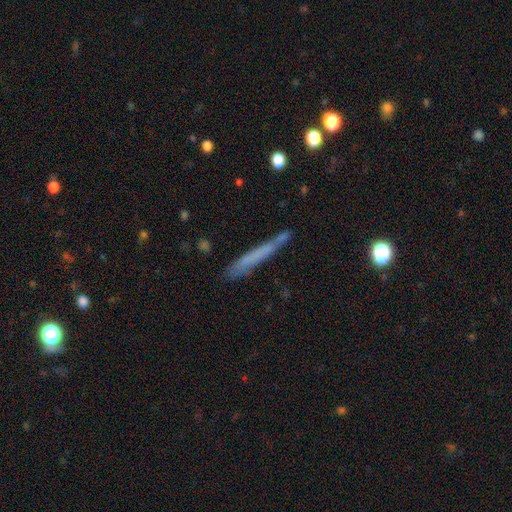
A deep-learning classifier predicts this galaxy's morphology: This is possibly a smooth galaxy (57%). How rounded: clearly cigar-shaped (96%). Merging: likely none (78%).